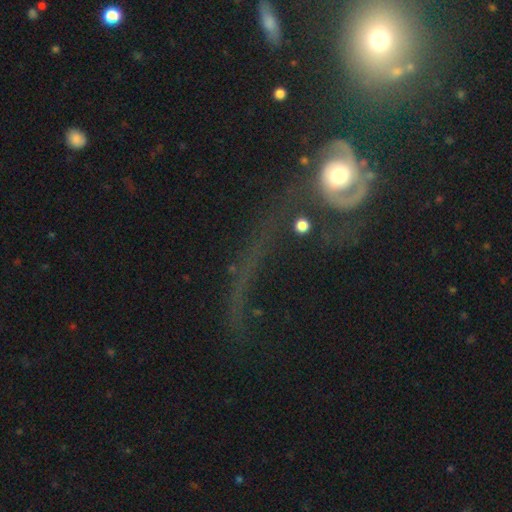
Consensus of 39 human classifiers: Smooth or featured? 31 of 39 (79%) said featured or disk. Edge-on disk? 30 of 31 (97%) said no. Bar? 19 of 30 (63%) said no. Spiral arms? 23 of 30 (77%) said yes. Spiral winding? 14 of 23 (61%) said medium. Spiral arm count? 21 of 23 (91%) said 2. Bulge size? 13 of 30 (43%) said moderate. Merging? 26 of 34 (76%) said major disturbance.